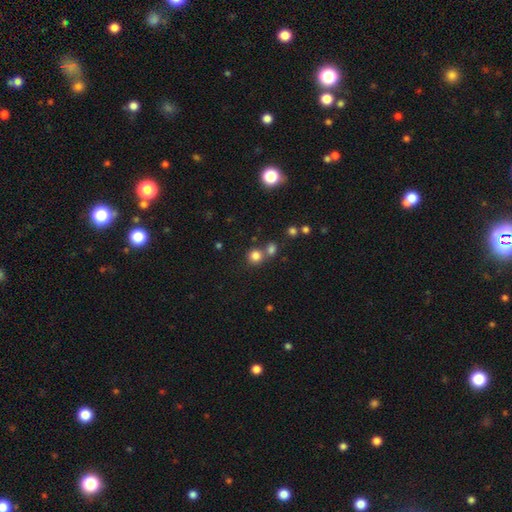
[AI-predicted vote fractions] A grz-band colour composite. It shows a smooth galaxy with no disk features (80%) that is round (89%). Merging: none (60%).